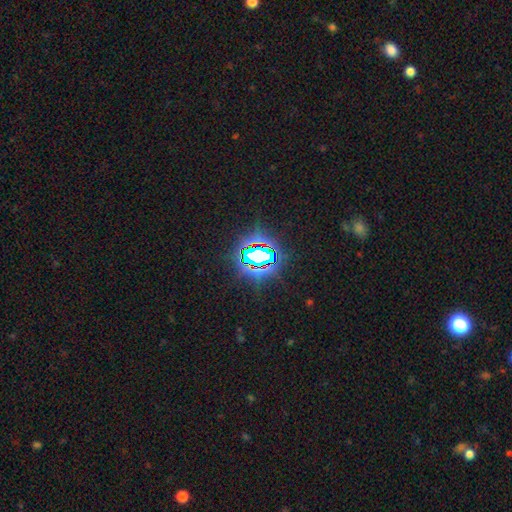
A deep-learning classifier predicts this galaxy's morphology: A star or artifact, not a galaxy (76%).